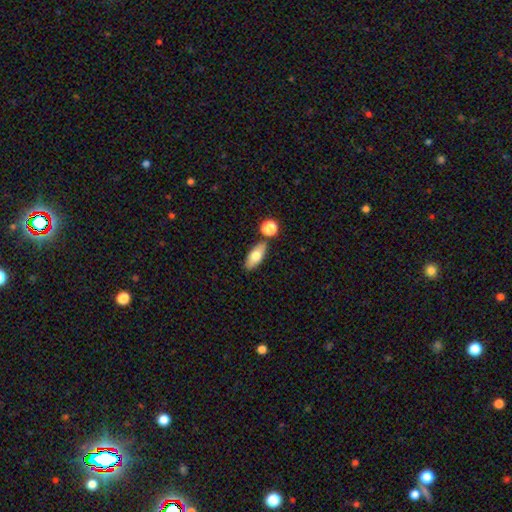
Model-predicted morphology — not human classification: smooth_or_featured: smooth (p=0.73) [alt: featured or disk p=0.20]
how_rounded: in between (p=0.80) [alt: cigar-shaped p=0.16]
merging: none (p=0.78) [alt: minor disturbance p=0.10]